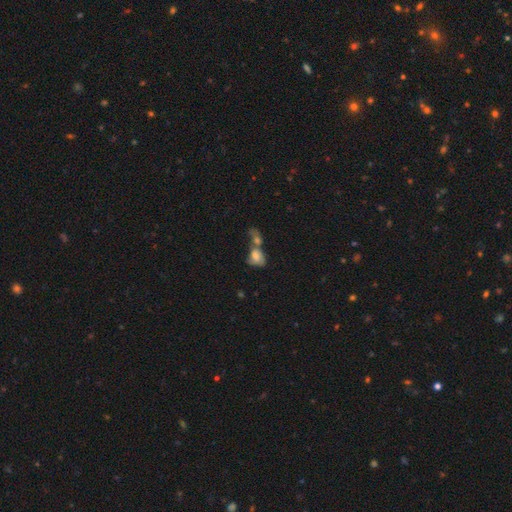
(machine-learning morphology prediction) Overall: smooth (63%; featured or disk 26%). How rounded: in between (70%). Merging: merger (66%).